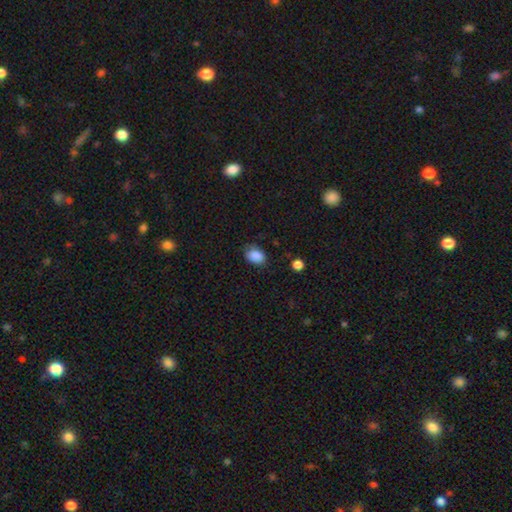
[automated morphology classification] Smooth or featured? Predicted: smooth (p=0.87). How rounded? Predicted: in between (p=0.75). Merging? Predicted: none (p=0.70).